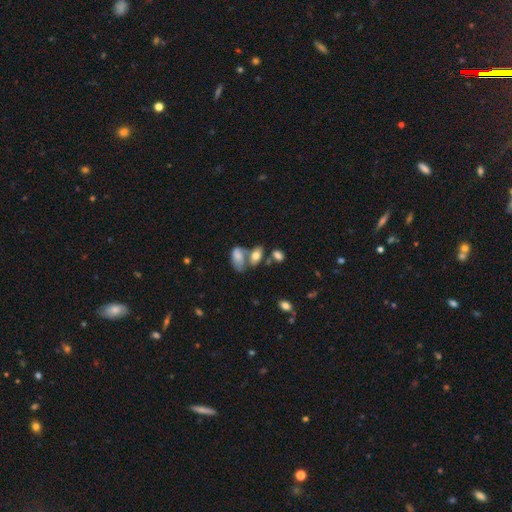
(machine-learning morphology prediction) smooth-or-featured: smooth: 72% | featured or disk: 18% | star or artifact: 10%
  how-rounded: in between: 87% | round: 7% | cigar-shaped: 6%
  merging: none: 41% | merger: 38% | minor disturbance: 14% | major disturbance: 7%